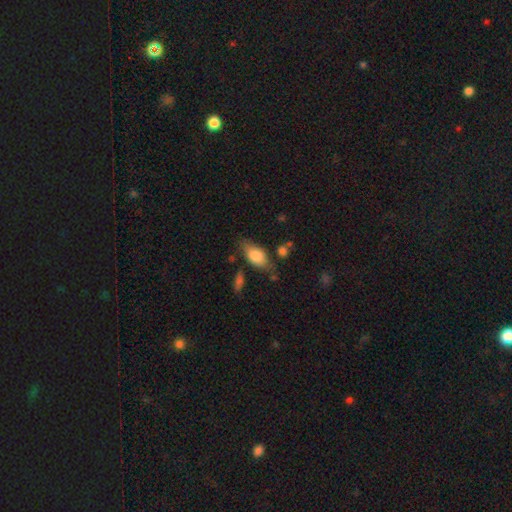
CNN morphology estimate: Smooth or featured?
  - smooth: 78% *
  - featured or disk: 15%
  - star or artifact: 6%
How rounded?
  - in between: 87% *
  - cigar-shaped: 9%
  - round: 4%
Merging?
  - none: 65% *
  - minor disturbance: 23%
  - major disturbance: 7%
  - merger: 6%